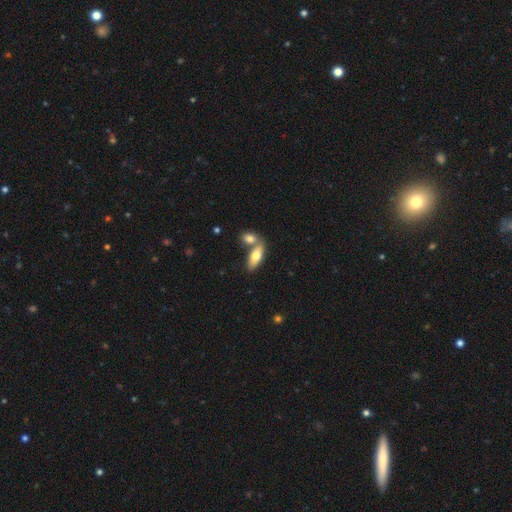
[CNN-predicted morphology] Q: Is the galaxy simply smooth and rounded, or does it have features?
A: smooth — 70%.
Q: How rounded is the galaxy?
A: in between — 78%.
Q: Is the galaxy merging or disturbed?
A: none — 45%.